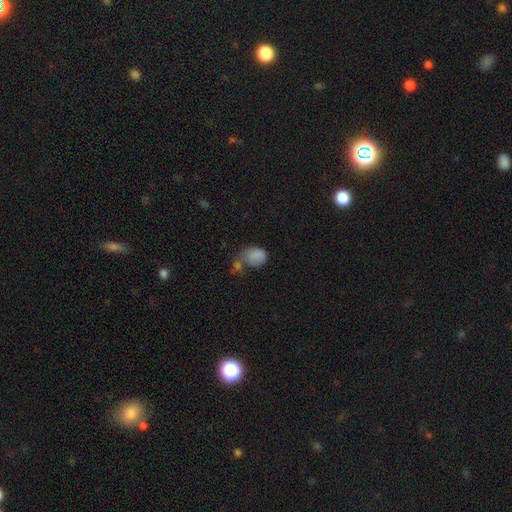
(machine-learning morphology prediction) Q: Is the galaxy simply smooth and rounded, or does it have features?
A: smooth — 80%.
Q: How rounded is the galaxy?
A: in between — 64%.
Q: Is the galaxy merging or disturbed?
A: merger — 31%.